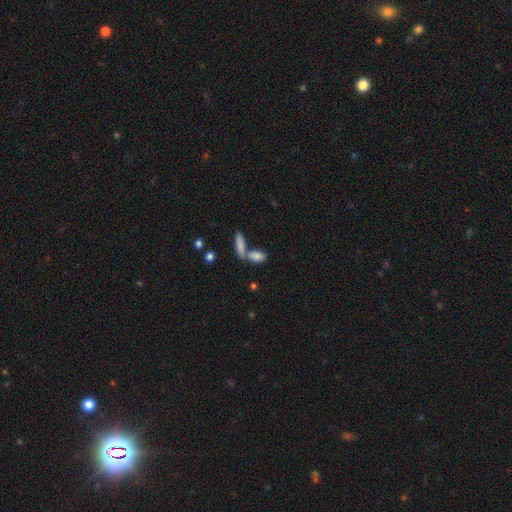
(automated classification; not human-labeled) This appears to be a smooth galaxy with no disk features (82%) that is in between round and cigar-shaped (77%). Merging: none (44%).